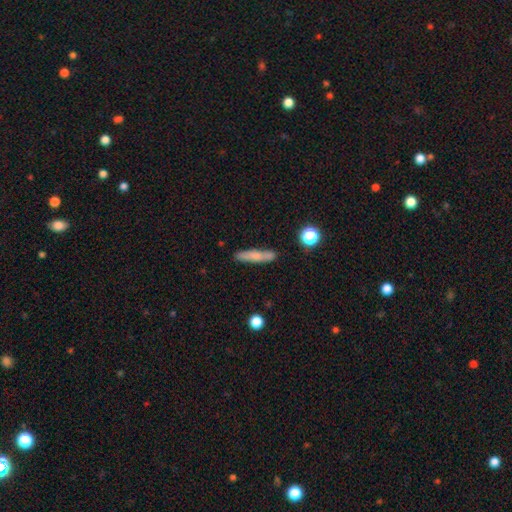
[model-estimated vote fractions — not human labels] Morphology: type=smooth (67%); roundness=cigar-shaped (86%); merging=none (77%).